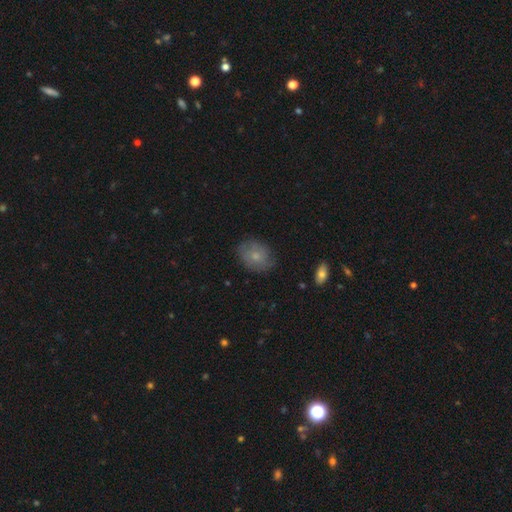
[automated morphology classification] type=smooth (67%); roundness=in between (52%); merging=none (75%).